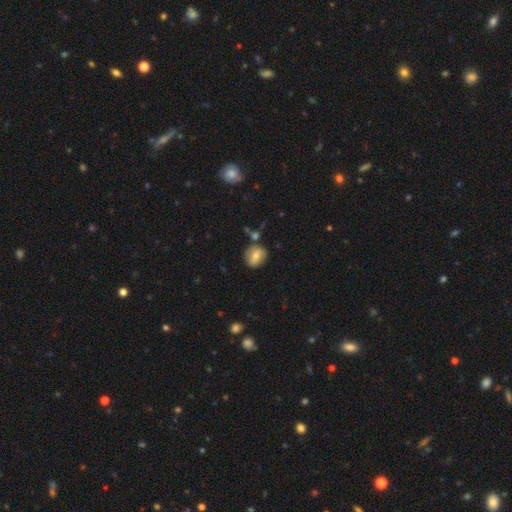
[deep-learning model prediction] This is likely a smooth galaxy (68%). How rounded: likely round (71%). Merging: likely none (73%).